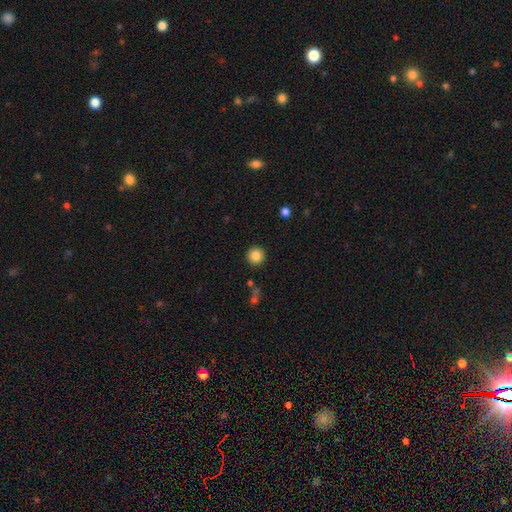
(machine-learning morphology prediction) This appears to be a smooth galaxy with no disk features (85%) that is round (95%). Merging: none (91%).